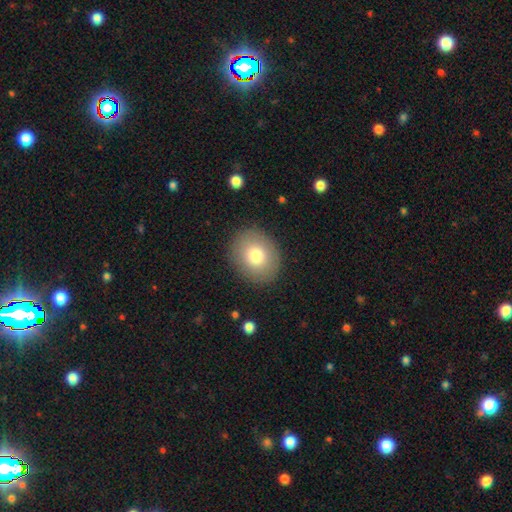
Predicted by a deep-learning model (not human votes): A smooth galaxy with no disk features (78%) that is round (64%). Merging: none (88%).